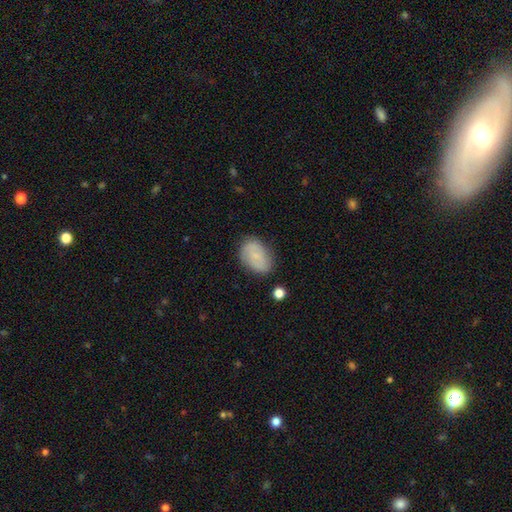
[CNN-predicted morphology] Smooth or featured? smooth (59%)
How rounded? in between (83%)
Merging? none (75%)